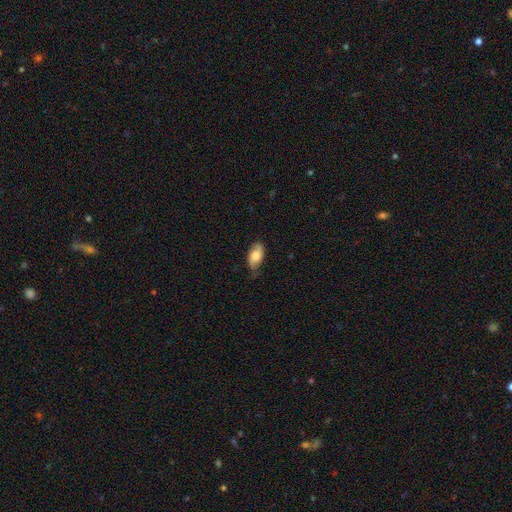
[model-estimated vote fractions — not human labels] Smooth or featured: smooth — 65% (featured or disk — 28%)
How rounded: in between — 91% (round — 5%)
Merging: none — 66% (minor disturbance — 27%)